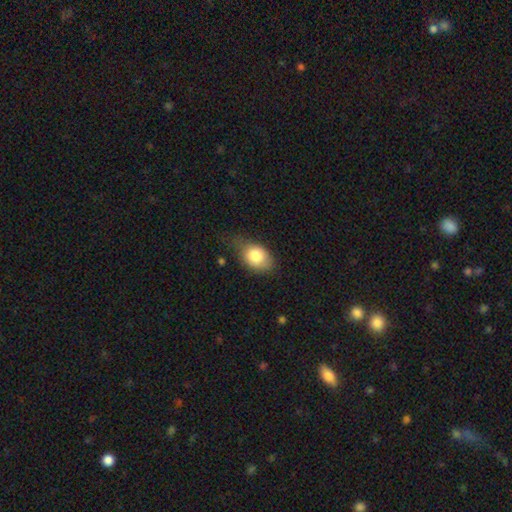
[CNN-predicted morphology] smooth-or-featured: smooth: 81% | featured or disk: 12% | star or artifact: 7%
  how-rounded: in between: 78% | round: 20% | cigar-shaped: 1%
  merging: none: 50% | minor disturbance: 35% | major disturbance: 13% | merger: 2%